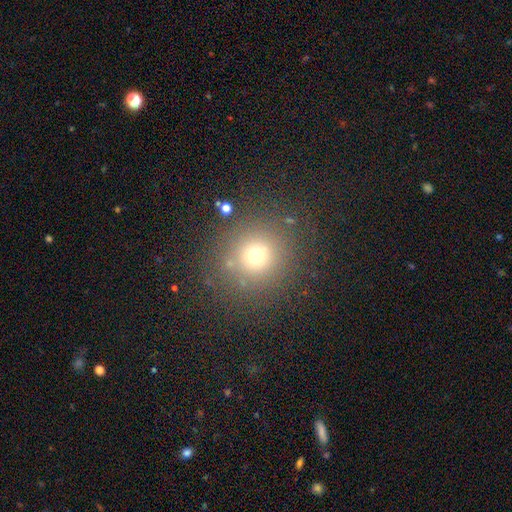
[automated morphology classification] A smooth galaxy with no disk features (68%) that is round (93%). Merging: none (82%).